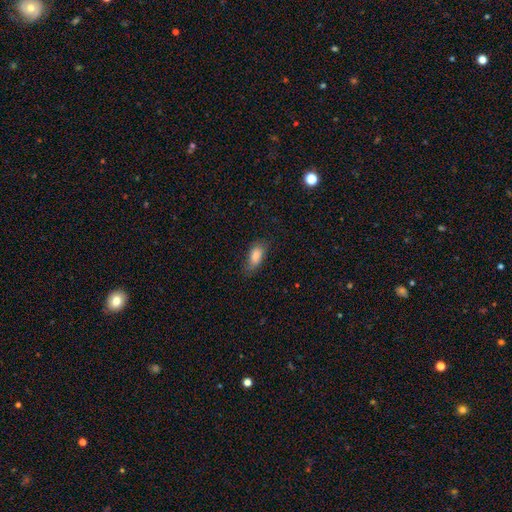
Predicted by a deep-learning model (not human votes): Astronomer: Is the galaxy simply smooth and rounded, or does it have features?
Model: smooth — 83%.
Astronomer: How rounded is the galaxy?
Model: in between — 85%.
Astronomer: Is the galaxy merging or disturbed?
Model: none — 66%.